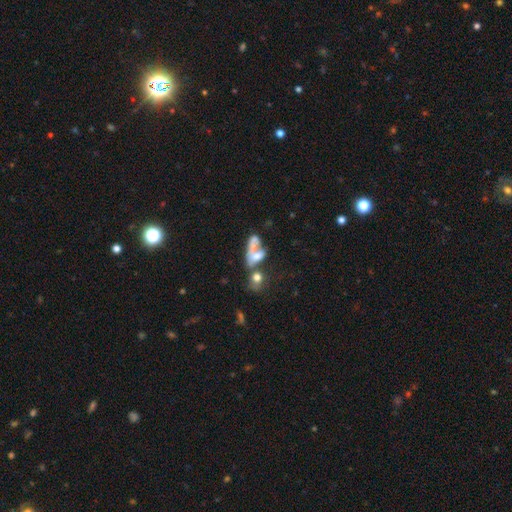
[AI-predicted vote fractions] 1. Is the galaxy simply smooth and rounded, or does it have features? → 52% smooth, 35% featured or disk, 13% star or artifact.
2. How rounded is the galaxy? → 73% in between, 16% round, 11% cigar-shaped.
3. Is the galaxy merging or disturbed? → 56% merger, 18% major disturbance, 17% none, 9% minor disturbance.